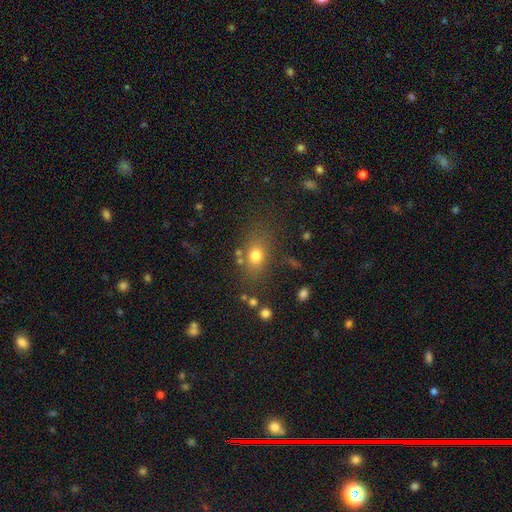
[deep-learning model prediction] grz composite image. It shows a smooth galaxy with no disk features (74%) that is in between round and cigar-shaped (58%). Merging: none (71%).